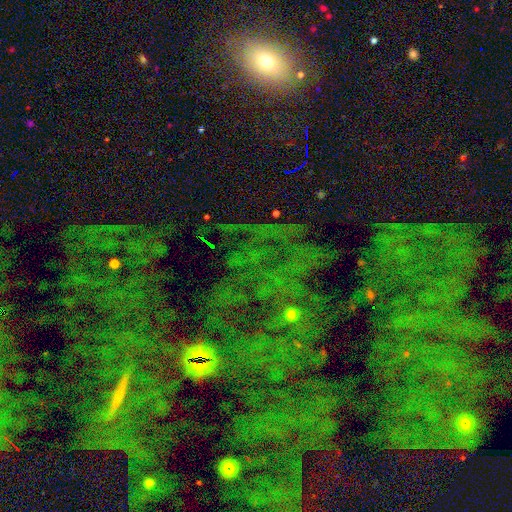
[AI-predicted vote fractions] A star or artifact, not a galaxy (75%).